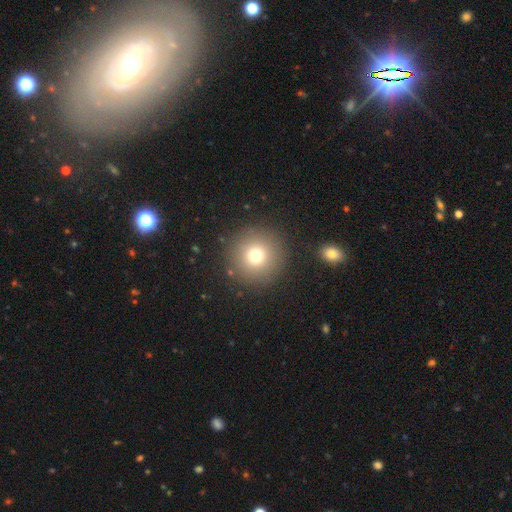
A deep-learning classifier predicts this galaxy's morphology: smooth_or_featured: smooth (p=0.74) [alt: star or artifact p=0.15]
how_rounded: round (p=0.96) [alt: in between p=0.03]
merging: none (p=0.89) [alt: minor disturbance p=0.06]